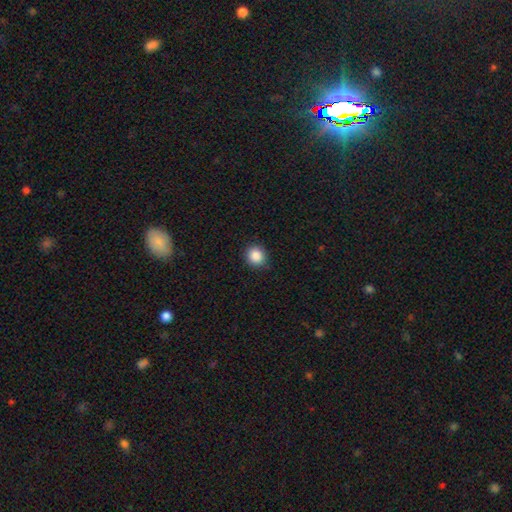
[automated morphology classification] A smooth galaxy with no disk features (87%) that is round (89%).

Vote fractions:
- Smooth or featured? smooth: 87% / star or artifact: 9% / featured or disk: 3%
- How rounded? round: 89% / in between: 10% / cigar-shaped: 1%
- Merging? none: 88% / minor disturbance: 9% / major disturbance: 2% / merger: 1%